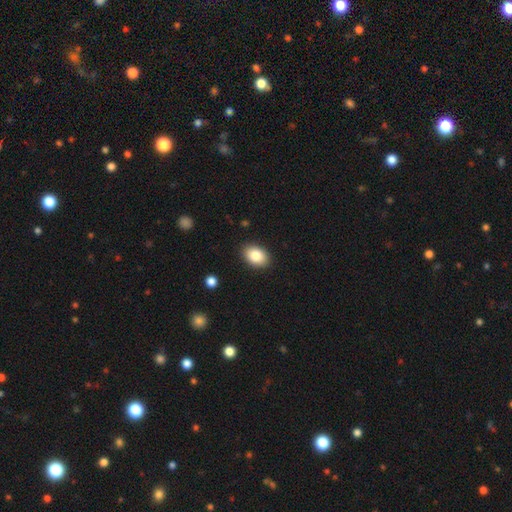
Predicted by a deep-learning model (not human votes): smooth_or_featured: smooth (p=0.85) [alt: featured or disk p=0.08]
how_rounded: in between (p=0.83) [alt: round p=0.16]
merging: none (p=0.89) [alt: minor disturbance p=0.08]